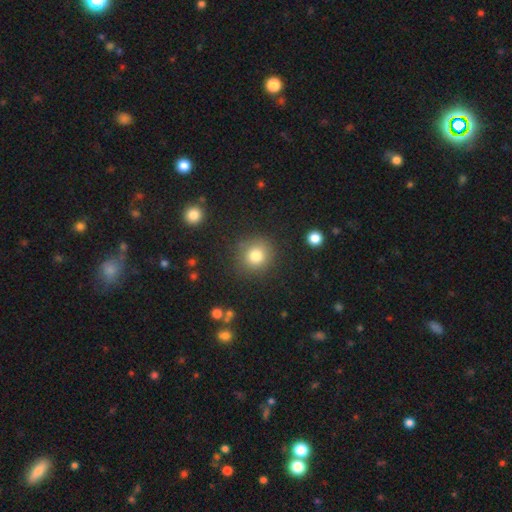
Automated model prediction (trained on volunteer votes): Smooth or featured? Predicted: smooth (p=0.80). How rounded? Predicted: round (p=0.91). Merging? Predicted: none (p=0.86).